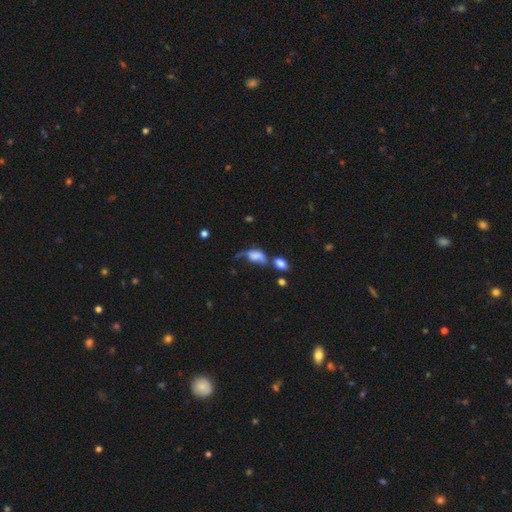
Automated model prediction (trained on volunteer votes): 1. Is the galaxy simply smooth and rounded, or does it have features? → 68% smooth, 21% featured or disk, 11% star or artifact.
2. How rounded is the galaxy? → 86% in between, 9% round, 5% cigar-shaped.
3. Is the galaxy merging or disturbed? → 32% merger, 30% major disturbance, 19% minor disturbance, 19% none.